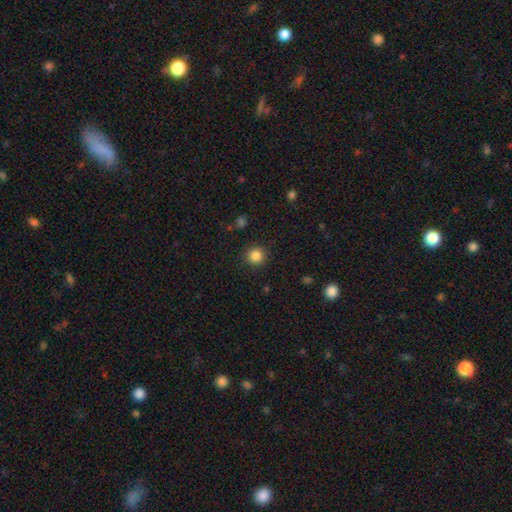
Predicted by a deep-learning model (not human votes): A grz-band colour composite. It shows a smooth galaxy with no disk features (85%) that is round (94%). Merging: none (91%).